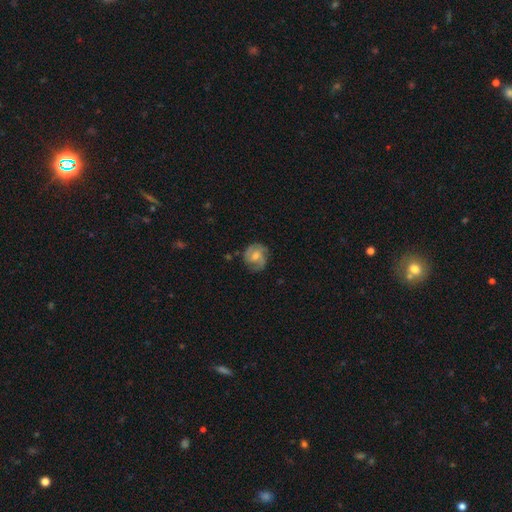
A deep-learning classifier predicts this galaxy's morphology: A featured or disk galaxy (71%) with no bar (53%), 2 (50%) medium (46%) spiral arms (94%) and a moderate central bulge (54%).

Vote fractions:
- Smooth or featured? featured or disk: 71% / smooth: 23% / star or artifact: 7%
- Edge-on disk? no: 98% / yes: 2%
- Bar? no: 53% / weak: 40% / strong: 7%
- Spiral arms? yes: 94% / no: 6%
- Spiral winding? medium: 46% / tight: 38% / loose: 16%
- Spiral arm count? 2: 50% / 3: 26% / can't tell: 13% / 1: 4% / 4: 3% / more than 4: 3%
- Bulge size? moderate: 54% / small: 38% / none: 4% / large: 3% / dominant: 1%
- Merging? none: 73% / minor disturbance: 19% / major disturbance: 6% / merger: 2%